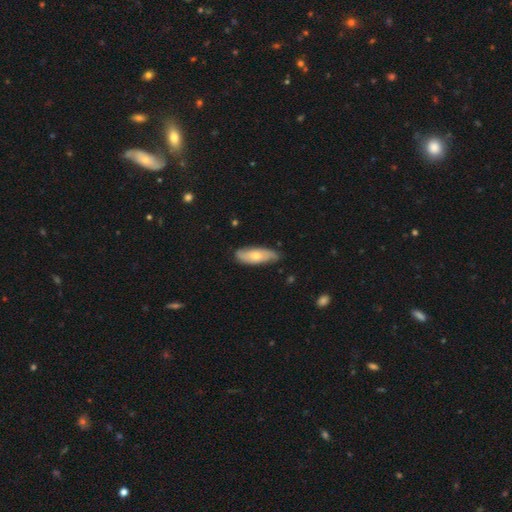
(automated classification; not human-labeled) Smooth or featured? Predicted: smooth (p=0.51). How rounded? Predicted: in between (p=0.71). Merging? Predicted: none (p=0.75).